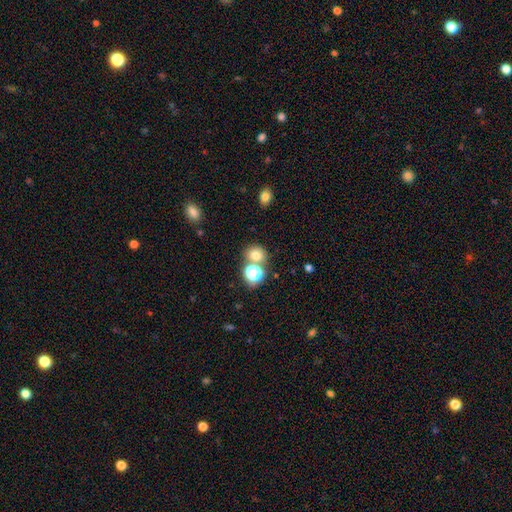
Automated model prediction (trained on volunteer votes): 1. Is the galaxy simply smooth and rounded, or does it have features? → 73% smooth, 19% star or artifact, 8% featured or disk.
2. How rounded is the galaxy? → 72% round, 27% in between, 1% cigar-shaped.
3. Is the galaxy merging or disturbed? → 62% none, 25% merger, 9% minor disturbance, 4% major disturbance.